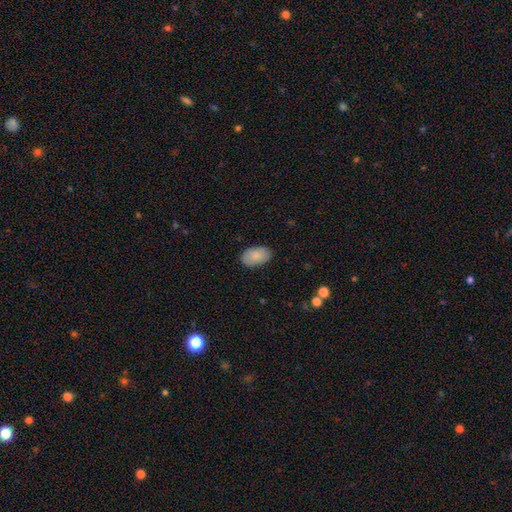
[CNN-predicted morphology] A smooth galaxy with no disk features (87%) that is in between round and cigar-shaped (93%). Merging: none (86%).